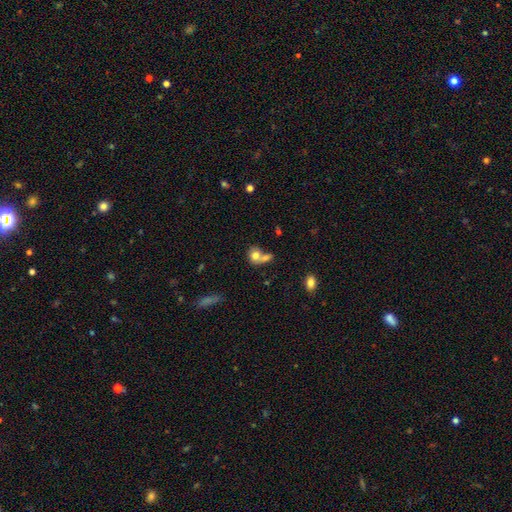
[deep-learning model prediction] smooth-or-featured: smooth: 75% | featured or disk: 15% | star or artifact: 10%
  how-rounded: round: 62% | in between: 36% | cigar-shaped: 2%
  merging: merger: 55% | none: 31% | minor disturbance: 9% | major disturbance: 5%